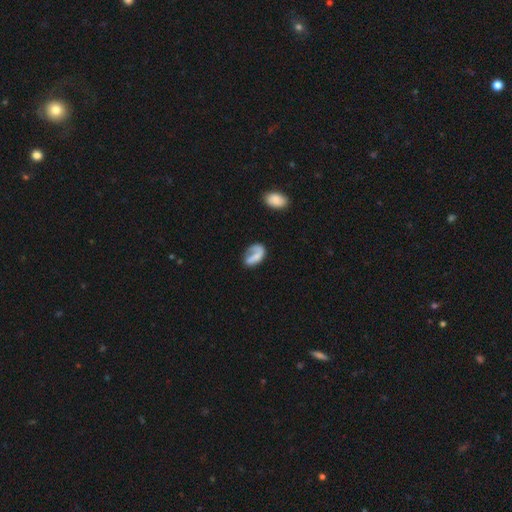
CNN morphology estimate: A smooth galaxy with no disk features (48%). Merging: none (38%).